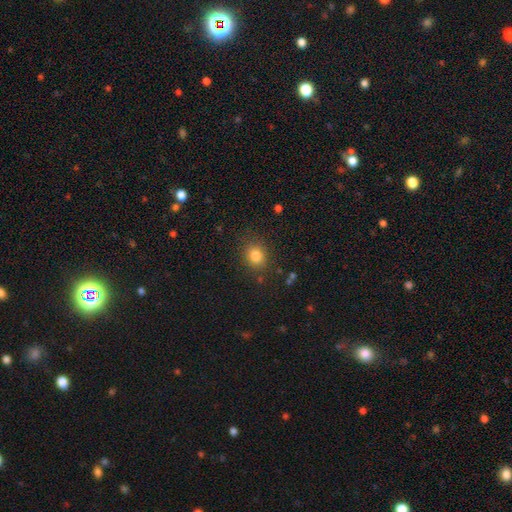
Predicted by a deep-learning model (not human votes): Smooth or featured? smooth (82%)
How rounded? round (68%)
Merging? none (85%)